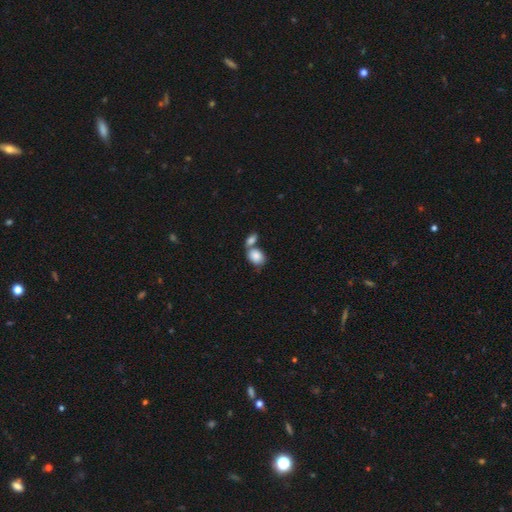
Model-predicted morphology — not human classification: smooth_or_featured: smooth (p=0.85) [alt: featured or disk p=0.08]
how_rounded: in between (p=0.67) [alt: round p=0.32]
merging: merger (p=0.53) [alt: none p=0.33]